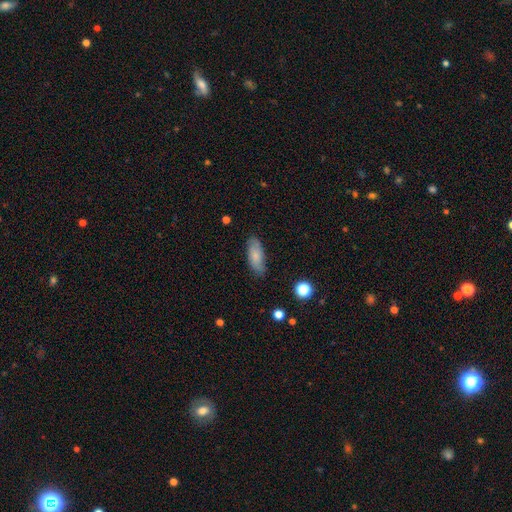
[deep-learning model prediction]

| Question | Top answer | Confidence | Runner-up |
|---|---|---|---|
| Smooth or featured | smooth | 74% | featured or disk (19%) |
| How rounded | in between | 78% | cigar-shaped (20%) |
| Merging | none | 80% | minor disturbance (16%) |